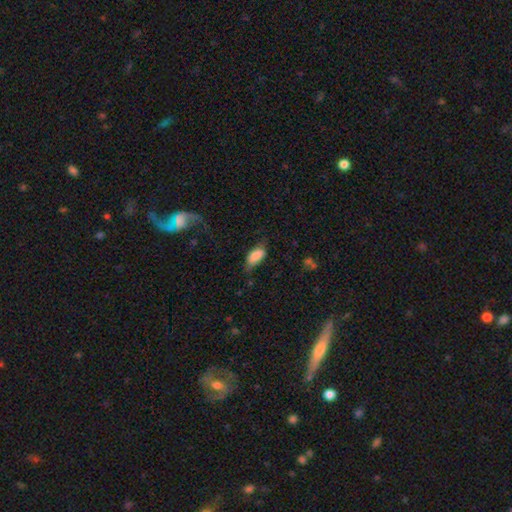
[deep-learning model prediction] smooth_or_featured: smooth (p=0.82) [alt: featured or disk p=0.11]
how_rounded: in between (p=0.90) [alt: cigar-shaped p=0.08]
merging: none (p=0.50) [alt: minor disturbance p=0.33]